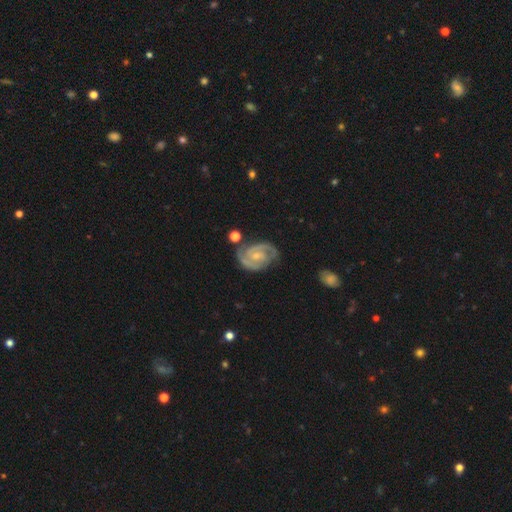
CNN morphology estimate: The model was most divided on "bar": no: 50%, weak: 41%, strong: 10%. More confident: edge-on disk — no (98%); spiral arms — yes (97%); smooth or featured — featured or disk (89%); spiral arm count — 2 (82%); merging — none (71%); bulge size — small (67%); spiral winding — tight (54%).